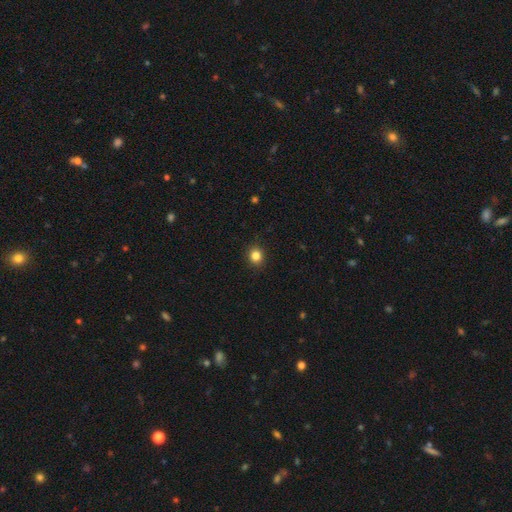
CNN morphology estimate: A smooth galaxy with no disk features (84%) that is round (81%). Merging: none (91%).